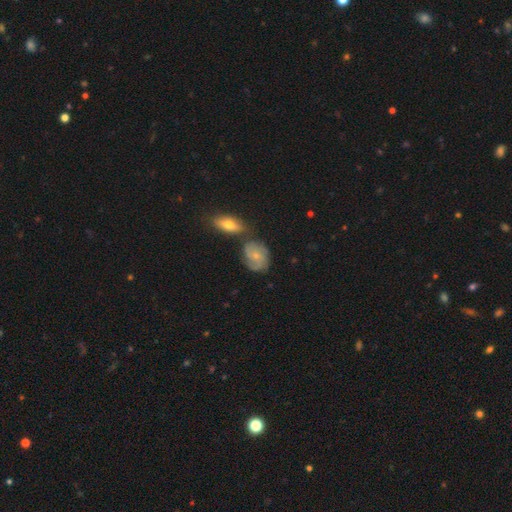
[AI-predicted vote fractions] Overall: featured or disk (58%; smooth 35%). Edge-on disk: no (96%). Bar: no (77%). Spiral arms: yes (86%). Bulge size: small (75%). Merging: none (59%; minor disturbance 20%).